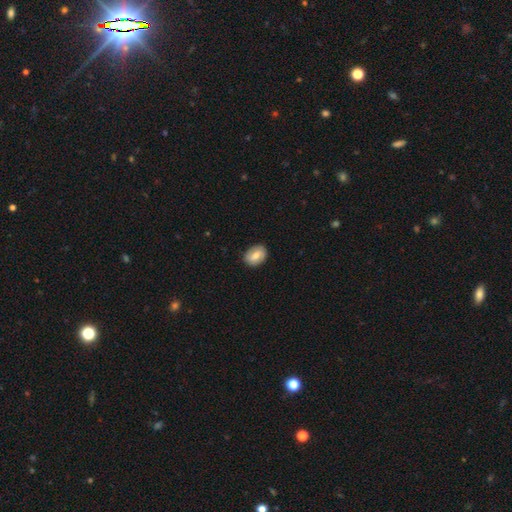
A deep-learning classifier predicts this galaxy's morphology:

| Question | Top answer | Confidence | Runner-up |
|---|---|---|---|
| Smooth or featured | smooth | 69% | featured or disk (24%) |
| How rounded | in between | 70% | round (28%) |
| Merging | none | 86% | minor disturbance (10%) |